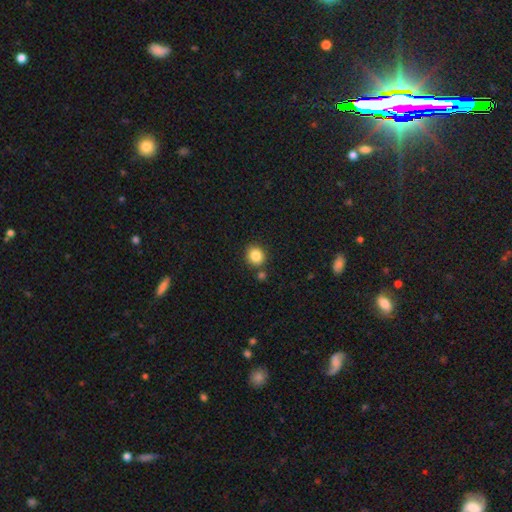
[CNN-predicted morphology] type=smooth (85%); roundness=round (79%); merging=none (81%).